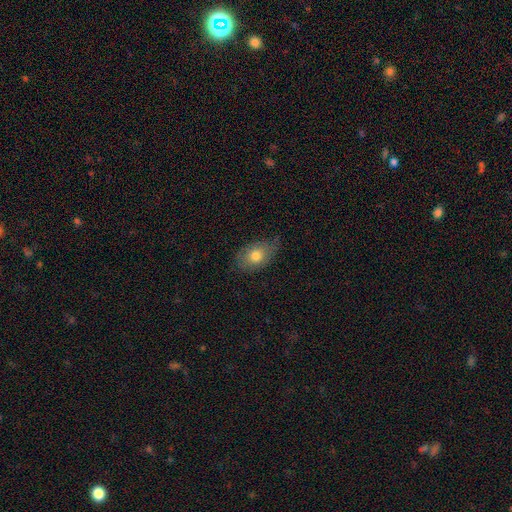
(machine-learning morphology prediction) Q: Smooth or featured?
A: smooth (74%); runner-up: featured or disk (17%)
Q: How rounded?
A: in between (83%); runner-up: round (15%)
Q: Merging?
A: none (67%); runner-up: minor disturbance (26%)